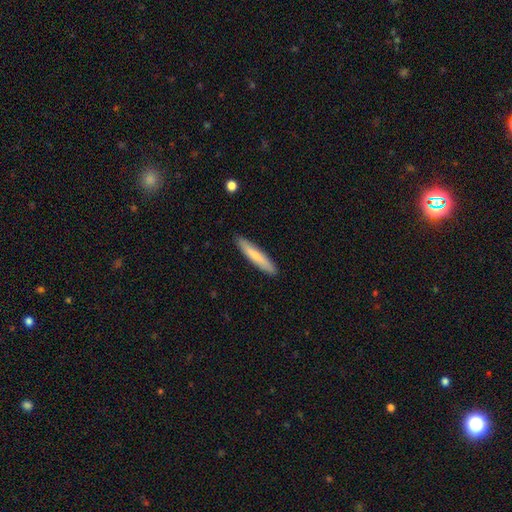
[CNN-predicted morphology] A smooth galaxy with no disk features (75%) that is cigar-shaped (91%). Merging: none (90%).